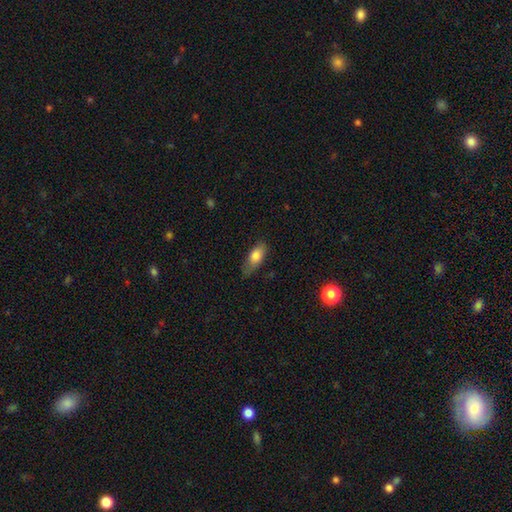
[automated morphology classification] type=smooth (79%); roundness=in between (84%); merging=none (64%).